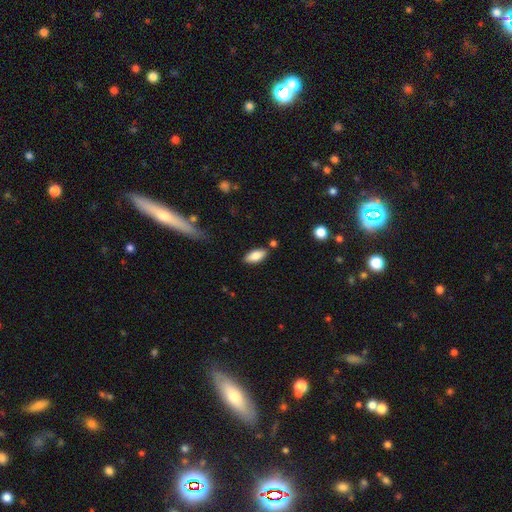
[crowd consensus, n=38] Smooth or featured: smooth — 84% (featured or disk — 11%)
How rounded: in between — 91% (cigar-shaped — 9%)
Merging: none — 86% (minor disturbance — 8%)